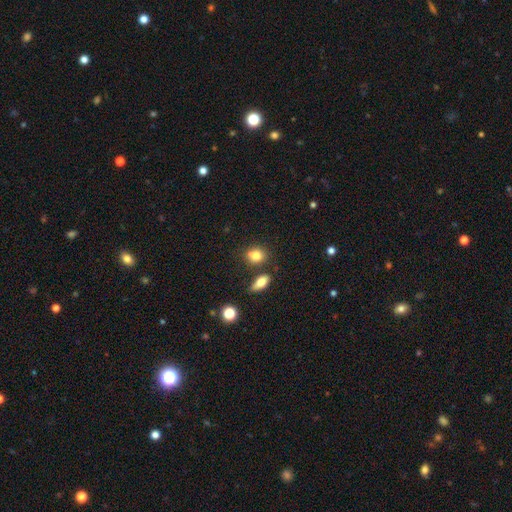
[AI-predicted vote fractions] Smooth or featured: smooth — 80% (star or artifact — 10%)
How rounded: round — 50% (in between — 48%)
Merging: none — 61% (merger — 20%)